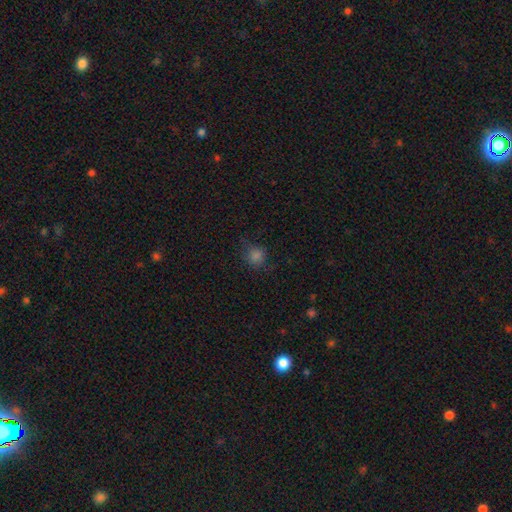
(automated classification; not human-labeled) This appears to be a smooth galaxy with no disk features (77%) that is round (85%). Merging: none (72%).